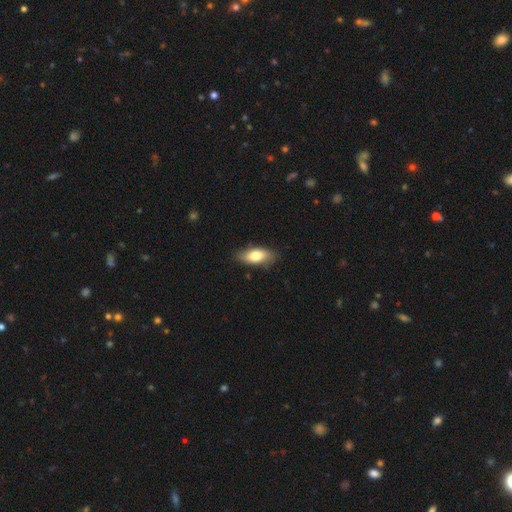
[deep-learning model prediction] Overall: smooth (75%). How rounded: in between (82%). Merging: none (82%).